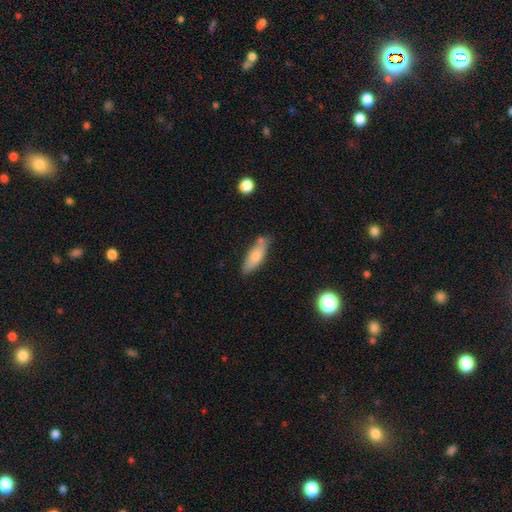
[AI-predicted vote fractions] smooth-or-featured: smooth: 76% | featured or disk: 18% | star or artifact: 7%
  how-rounded: in between: 54% | cigar-shaped: 44% | round: 2%
  merging: none: 68% | minor disturbance: 20% | merger: 8% | major disturbance: 4%